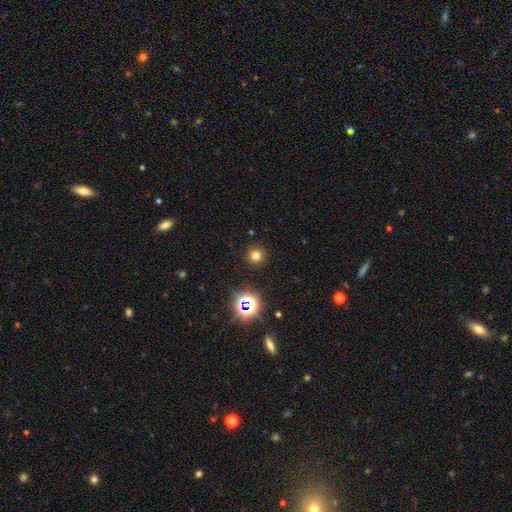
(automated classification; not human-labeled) Smooth or featured?
  - smooth: 73% *
  - star or artifact: 21%
  - featured or disk: 6%
How rounded?
  - round: 95% *
  - in between: 4%
  - cigar-shaped: 1%
Merging?
  - none: 91% *
  - minor disturbance: 5%
  - major disturbance: 2%
  - merger: 1%